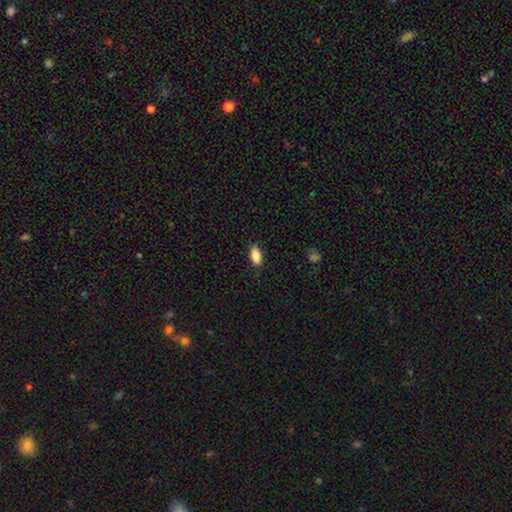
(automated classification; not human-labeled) Smooth or featured? smooth (86%)
How rounded? in between (89%)
Merging? none (86%)